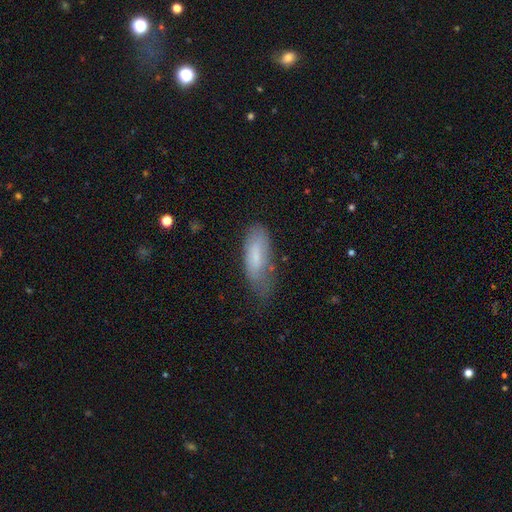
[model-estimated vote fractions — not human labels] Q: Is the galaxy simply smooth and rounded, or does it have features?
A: smooth — 71%.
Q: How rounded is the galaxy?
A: in between — 67%.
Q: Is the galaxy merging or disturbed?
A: none — 46%.